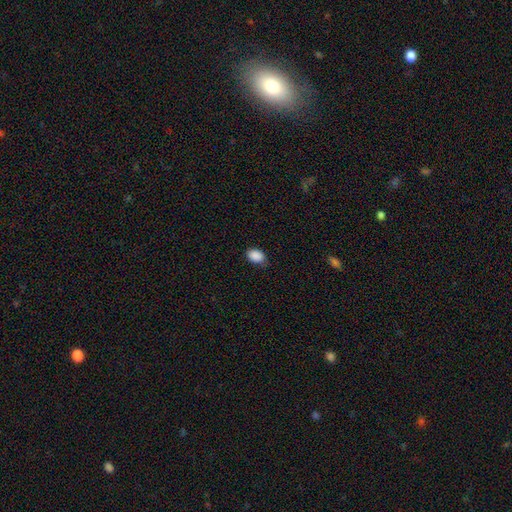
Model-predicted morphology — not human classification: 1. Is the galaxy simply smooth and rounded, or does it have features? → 89% smooth, 8% star or artifact, 3% featured or disk.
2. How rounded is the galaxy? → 81% in between, 18% round, 1% cigar-shaped.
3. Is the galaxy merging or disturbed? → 79% none, 17% minor disturbance, 3% major disturbance, 1% merger.